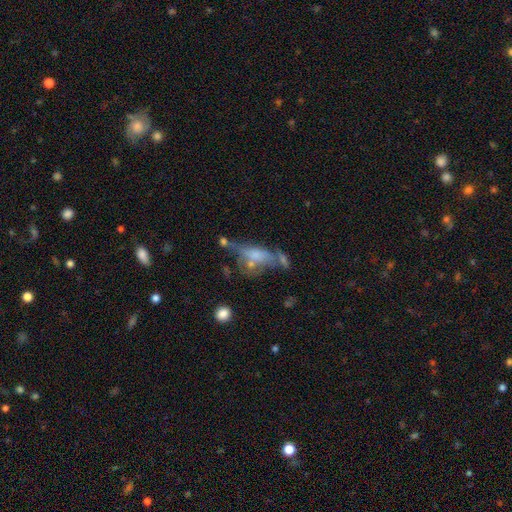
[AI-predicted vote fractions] smooth_or_featured: featured or disk (p=0.45) [alt: smooth p=0.42]
merging: merger (p=0.29) [alt: none p=0.28]